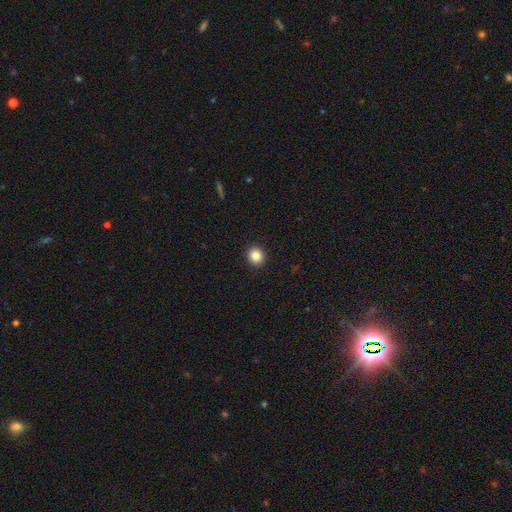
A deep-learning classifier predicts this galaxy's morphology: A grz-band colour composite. It shows a smooth galaxy with no disk features (86%) that is round (86%). Merging: none (93%).